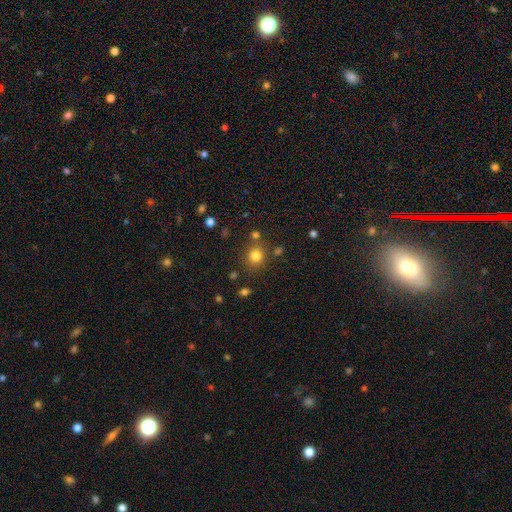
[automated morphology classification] Smooth or featured? smooth (80%)
How rounded? round (84%)
Merging? none (79%)